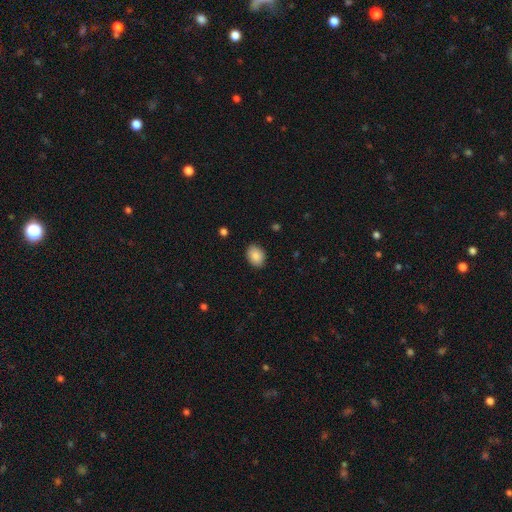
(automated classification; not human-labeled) Smooth or featured? smooth (86%)
How rounded? in between (68%)
Merging? none (88%)